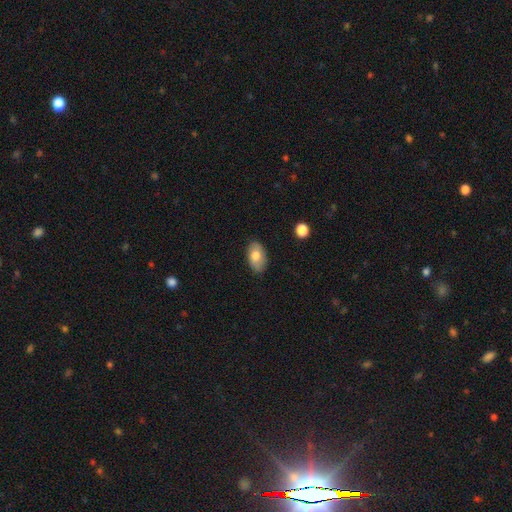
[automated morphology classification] Smooth or featured: smooth — 77% (featured or disk — 16%)
How rounded: in between — 92% (round — 6%)
Merging: none — 83% (minor disturbance — 13%)